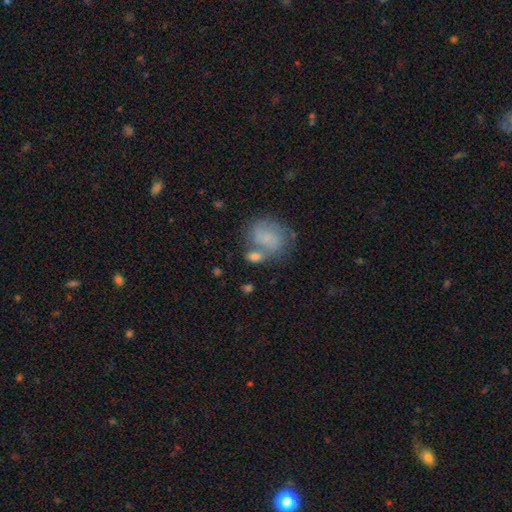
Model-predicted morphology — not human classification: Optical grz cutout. It shows a smooth galaxy with no disk features (61%) that is round (52%). Merging: none (41%).